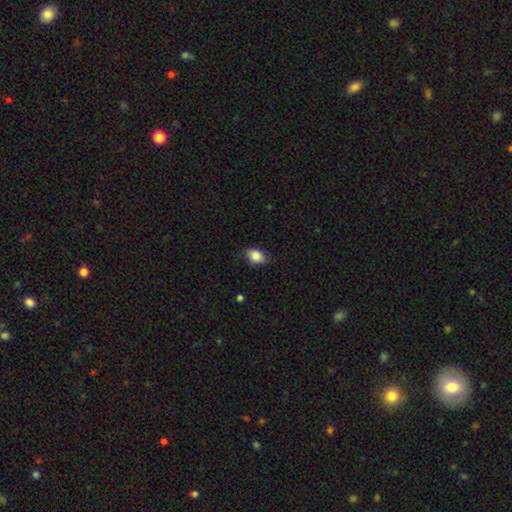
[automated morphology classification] Q: Smooth or featured?
A: smooth (86%); runner-up: star or artifact (8%)
Q: How rounded?
A: in between (78%); runner-up: round (21%)
Q: Merging?
A: none (80%); runner-up: minor disturbance (16%)